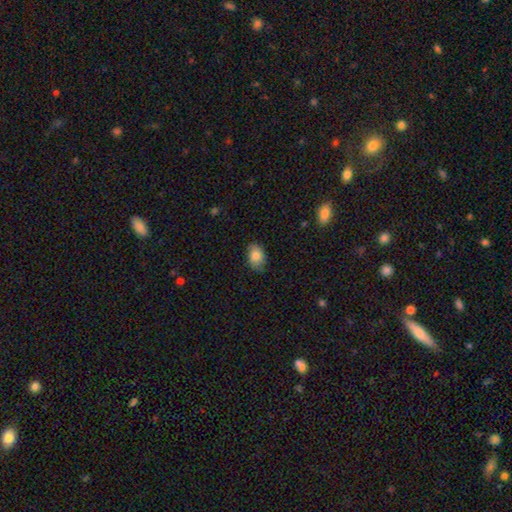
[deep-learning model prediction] A smooth galaxy with no disk features (81%) that is in between round and cigar-shaped (84%). Merging: none (78%).